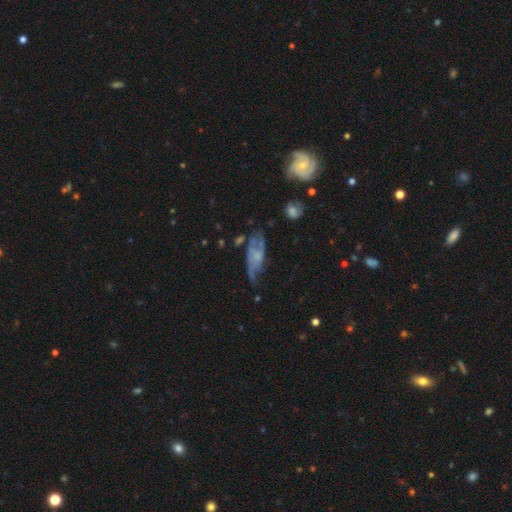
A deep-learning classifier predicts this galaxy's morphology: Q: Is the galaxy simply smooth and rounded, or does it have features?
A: featured or disk — 63%.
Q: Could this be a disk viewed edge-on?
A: no — 84%.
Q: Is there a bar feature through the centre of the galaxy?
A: no — 71%.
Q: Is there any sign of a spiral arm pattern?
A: yes — 73%.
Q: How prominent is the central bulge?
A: small — 48%.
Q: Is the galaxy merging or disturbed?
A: none — 47%.